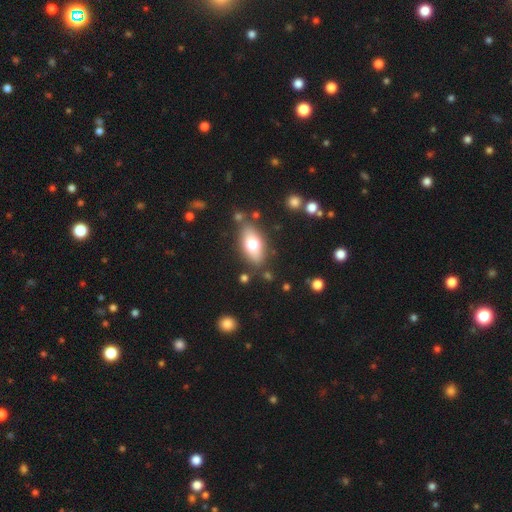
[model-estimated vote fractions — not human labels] A smooth galaxy with no disk features (69%) that is in between round and cigar-shaped (85%).

Vote fractions:
- Smooth or featured? smooth: 69% / featured or disk: 23% / star or artifact: 7%
- How rounded? in between: 85% / cigar-shaped: 10% / round: 4%
- Merging? none: 81% / minor disturbance: 12% / merger: 4% / major disturbance: 3%